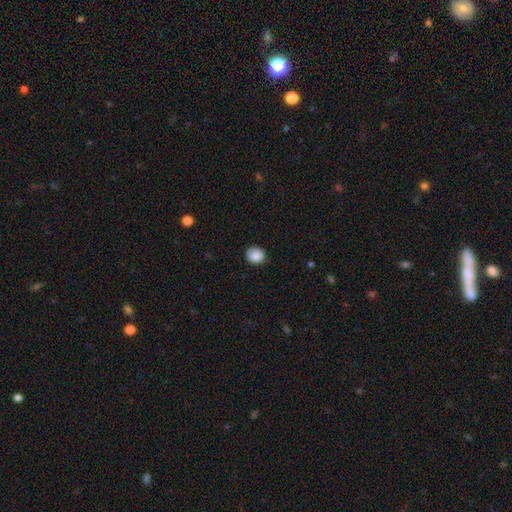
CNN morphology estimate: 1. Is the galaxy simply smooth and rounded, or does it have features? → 88% smooth, 9% star or artifact, 4% featured or disk.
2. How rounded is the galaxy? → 79% round, 20% in between, 1% cigar-shaped.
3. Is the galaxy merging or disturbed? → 86% none, 11% minor disturbance, 2% major disturbance, 1% merger.